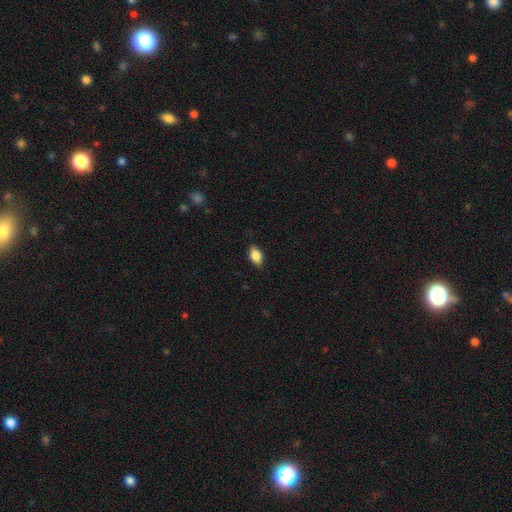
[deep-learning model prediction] Smooth or featured? smooth (84%)
How rounded? in between (88%)
Merging? none (85%)